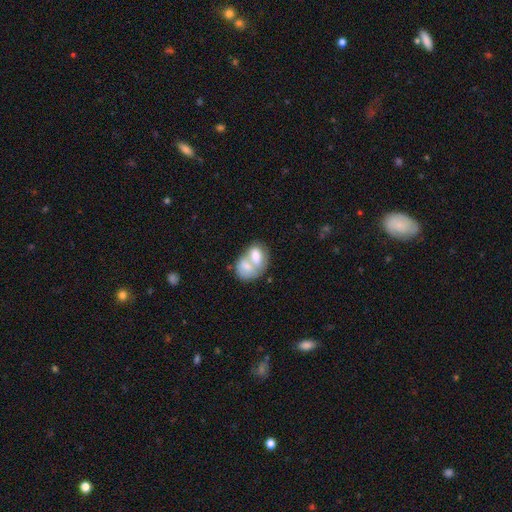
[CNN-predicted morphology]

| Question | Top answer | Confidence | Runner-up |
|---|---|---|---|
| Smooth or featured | smooth | 68% | featured or disk (26%) |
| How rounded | in between | 74% | round (24%) |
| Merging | merger | 75% | none (14%) |